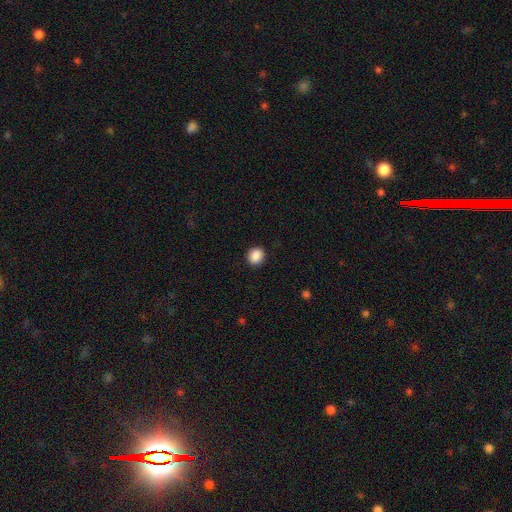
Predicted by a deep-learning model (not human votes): Morphology: type=smooth (89%); roundness=round (70%); merging=none (90%).